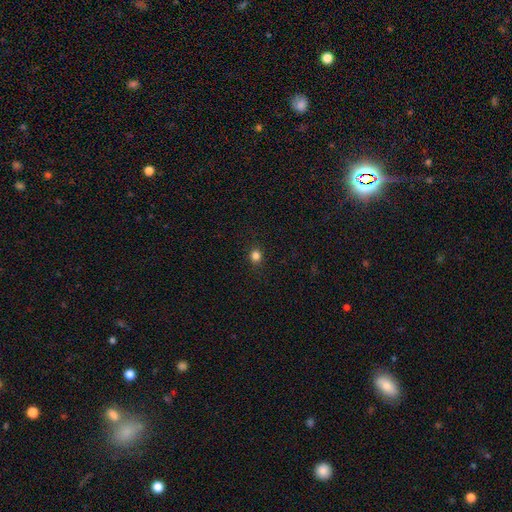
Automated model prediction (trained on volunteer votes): A smooth galaxy with no disk features (82%) that is round (83%). Merging: none (90%).